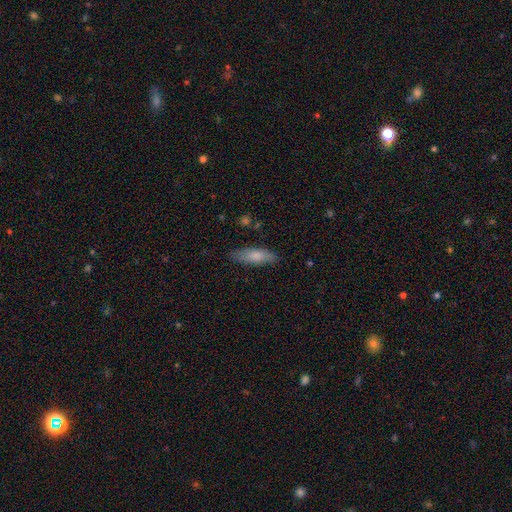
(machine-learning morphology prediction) A smooth galaxy with no disk features (77%) that is in between round and cigar-shaped (53%). Merging: none (82%).